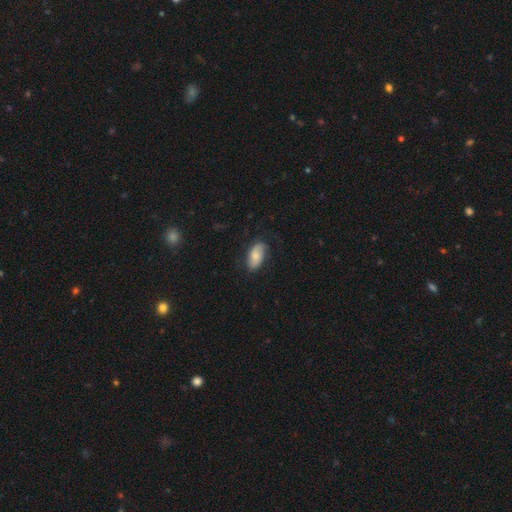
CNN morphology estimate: The model was most divided on "smooth or featured": smooth: 71%, featured or disk: 22%, star or artifact: 7%. More confident: how rounded — in between (93%); merging — none (72%).